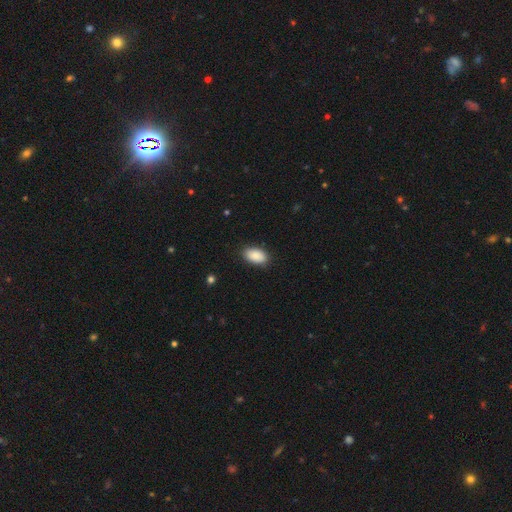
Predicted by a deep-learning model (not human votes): smooth_or_featured: smooth (p=0.89) [alt: star or artifact p=0.07]
how_rounded: in between (p=0.94) [alt: round p=0.04]
merging: none (p=0.86) [alt: minor disturbance p=0.10]